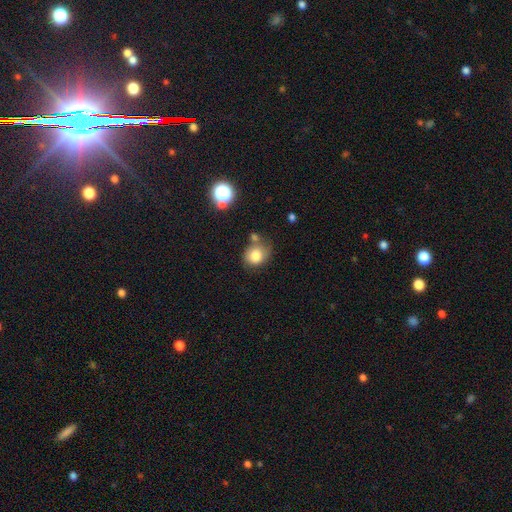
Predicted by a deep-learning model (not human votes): Overall: smooth (78%). How rounded: round (64%; in between 35%). Merging: none (55%; minor disturbance 22%).